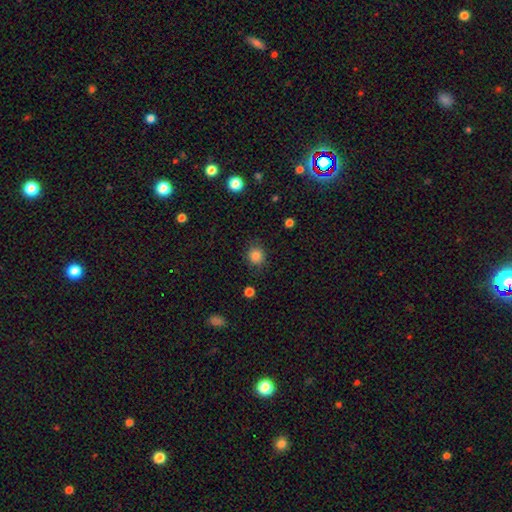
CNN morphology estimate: Q: Smooth or featured?
A: smooth (84%); runner-up: star or artifact (11%)
Q: How rounded?
A: round (86%); runner-up: in between (13%)
Q: Merging?
A: none (84%); runner-up: minor disturbance (11%)